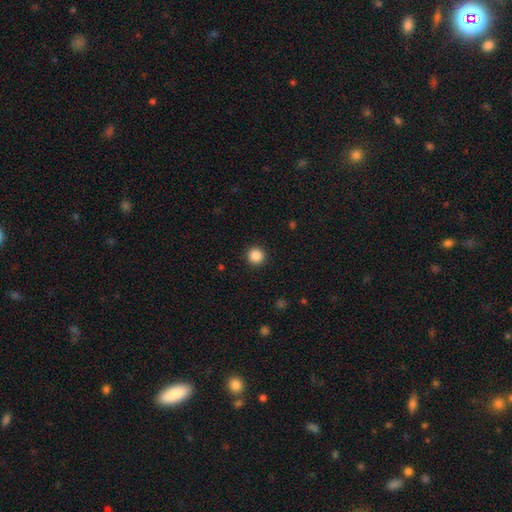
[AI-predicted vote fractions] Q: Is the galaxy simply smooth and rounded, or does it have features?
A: smooth — 87%.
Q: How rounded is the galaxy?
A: round — 95%.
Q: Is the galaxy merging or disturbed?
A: none — 92%.